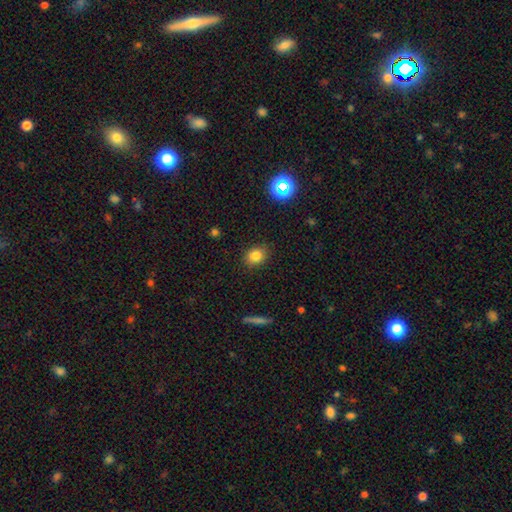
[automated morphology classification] A smooth galaxy with no disk features (80%) that is round (53%).

Vote fractions:
- Smooth or featured? smooth: 80% / star or artifact: 13% / featured or disk: 8%
- How rounded? round: 53% / in between: 46% / cigar-shaped: 1%
- Merging? none: 85% / minor disturbance: 11% / major disturbance: 3% / merger: 1%